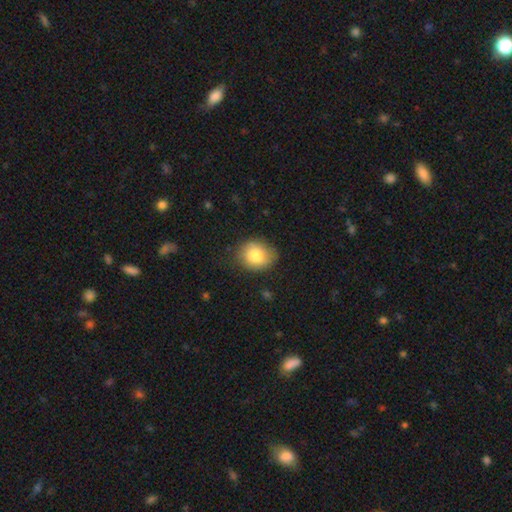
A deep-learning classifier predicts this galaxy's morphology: This is clearly a smooth galaxy (81%). How rounded: possibly round (60%). Merging: likely none (75%).